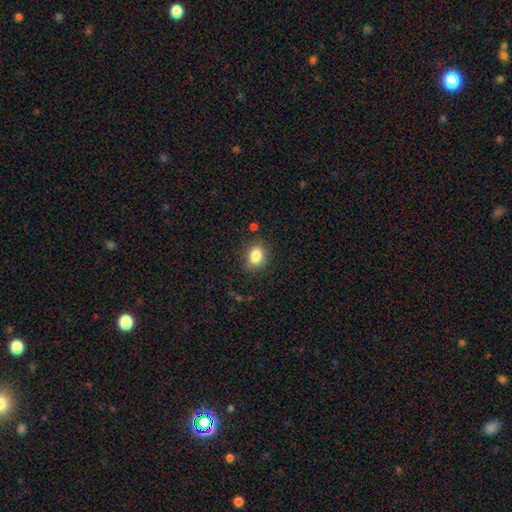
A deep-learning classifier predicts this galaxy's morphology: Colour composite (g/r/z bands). It shows a smooth galaxy with no disk features (84%) that is in between round and cigar-shaped (50%). Merging: none (83%).